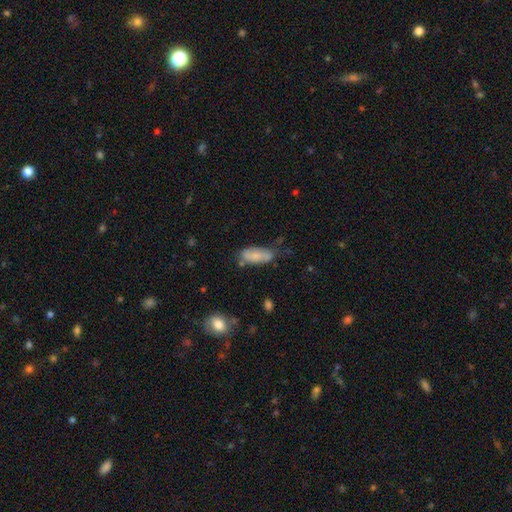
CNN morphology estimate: Smooth or featured: smooth — 68% (featured or disk — 24%)
How rounded: in between — 78% (cigar-shaped — 20%)
Merging: none — 60% (minor disturbance — 27%)